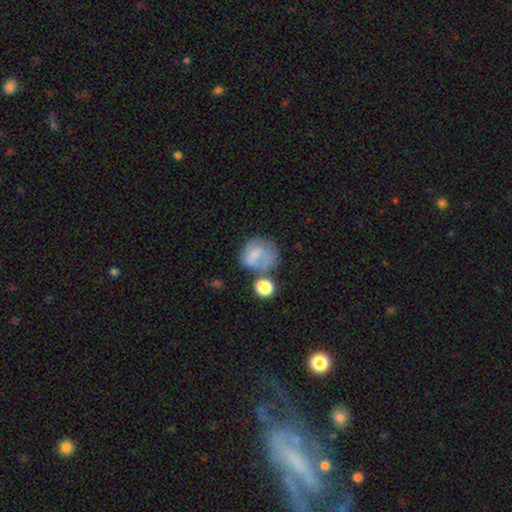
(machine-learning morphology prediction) A smooth galaxy with no disk features (63%) that is round (69%). Merging: none (37%).